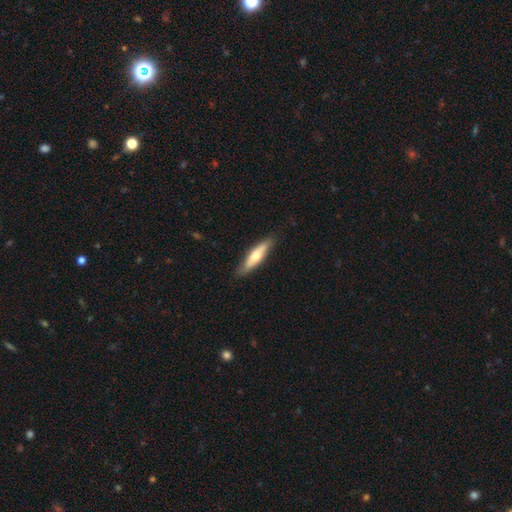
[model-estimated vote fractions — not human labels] smooth_or_featured: smooth (p=0.54) [alt: featured or disk p=0.41]
how_rounded: cigar-shaped (p=0.69) [alt: in between p=0.29]
merging: none (p=0.84) [alt: minor disturbance p=0.13]